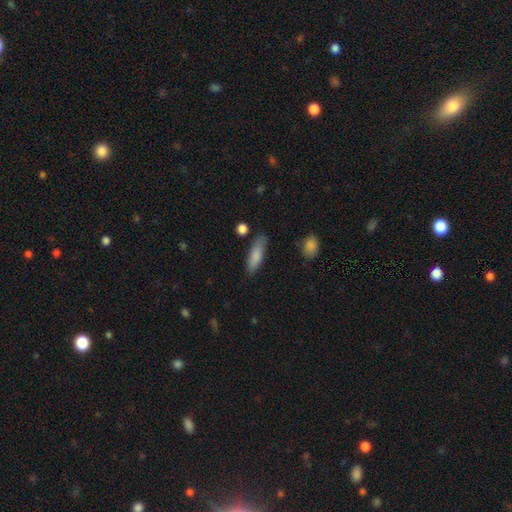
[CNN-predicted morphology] This is clearly a smooth galaxy (82%). How rounded: possibly cigar-shaped (53%). Merging: likely none (78%).